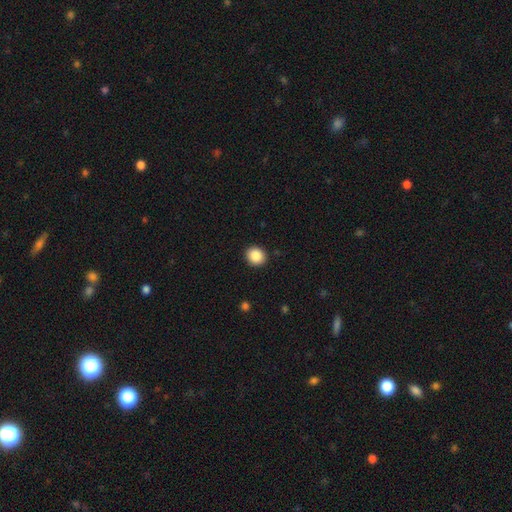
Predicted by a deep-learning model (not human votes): Smooth or featured?
  - smooth: 87% *
  - star or artifact: 9%
  - featured or disk: 4%
How rounded?
  - round: 83% *
  - in between: 17%
  - cigar-shaped: 1%
Merging?
  - none: 92% *
  - minor disturbance: 6%
  - major disturbance: 2%
  - merger: 1%